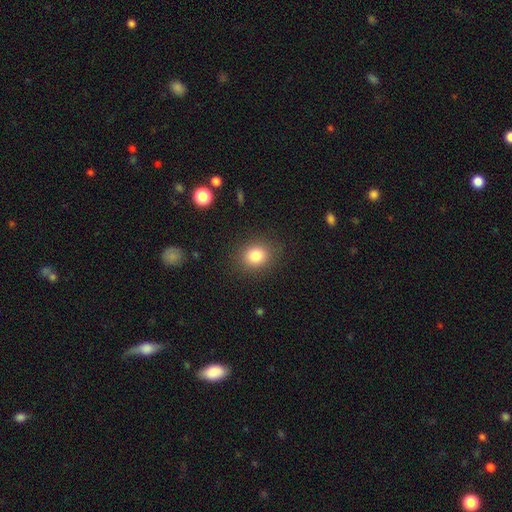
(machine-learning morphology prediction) Smooth or featured? smooth (83%)
How rounded? round (67%)
Merging? none (86%)